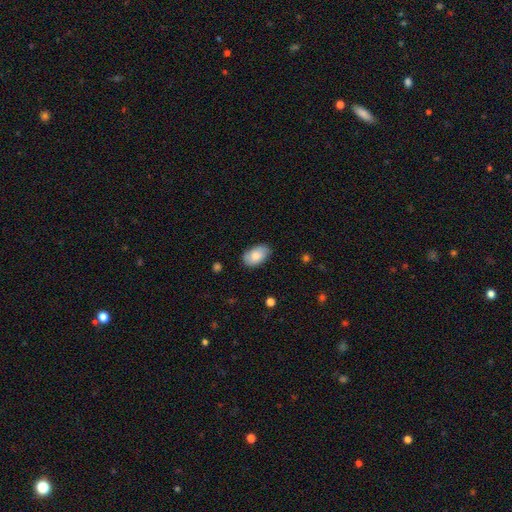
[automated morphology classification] Smooth or featured: smooth — 78% (featured or disk — 16%)
How rounded: in between — 92% (round — 7%)
Merging: none — 76% (minor disturbance — 19%)